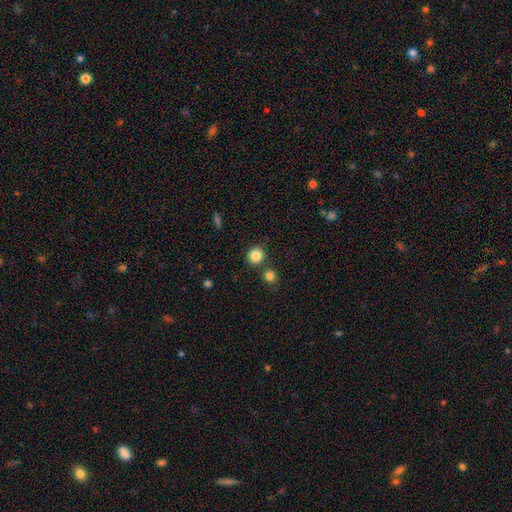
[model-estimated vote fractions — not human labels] Smooth or featured?
  - smooth: 85% *
  - star or artifact: 10%
  - featured or disk: 5%
How rounded?
  - round: 90% *
  - in between: 9%
  - cigar-shaped: 1%
Merging?
  - none: 78% *
  - merger: 12%
  - minor disturbance: 8%
  - major disturbance: 3%